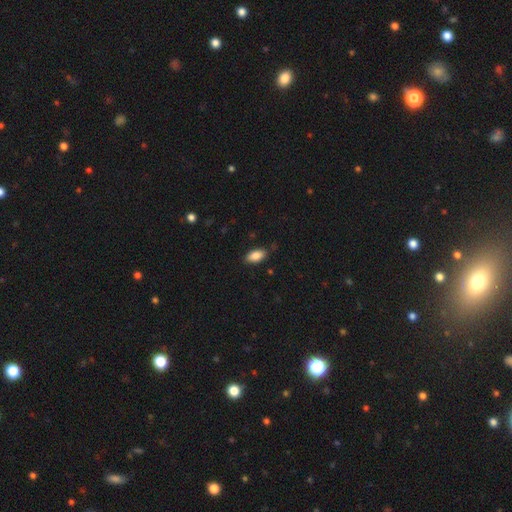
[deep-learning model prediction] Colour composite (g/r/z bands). It shows a smooth galaxy with no disk features (87%) that is in between round and cigar-shaped (93%). Merging: none (85%).